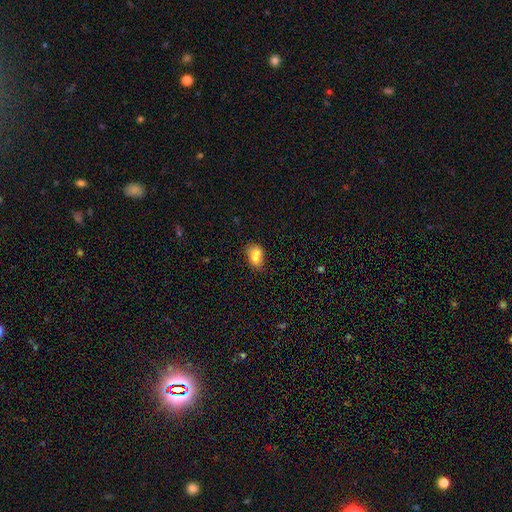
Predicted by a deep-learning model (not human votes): smooth-or-featured: smooth: 72% | featured or disk: 18% | star or artifact: 10%
  how-rounded: in between: 68% | round: 30% | cigar-shaped: 2%
  merging: merger: 48% | none: 32% | minor disturbance: 14% | major disturbance: 6%